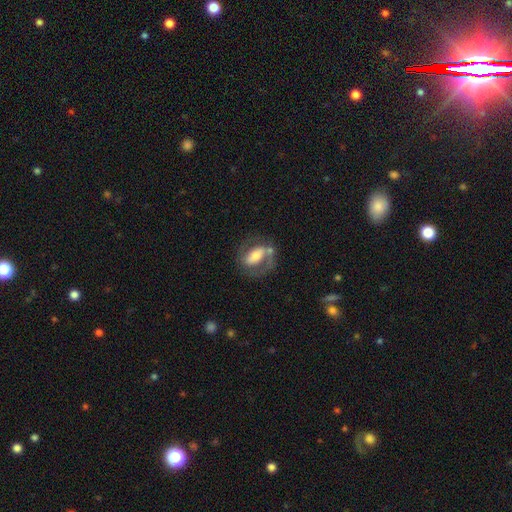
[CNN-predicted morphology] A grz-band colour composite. It shows a featured or disk galaxy (63%) with a strong bar (43%), spiral arms (72%) and a moderate central bulge (52%). Merging: none (55%).